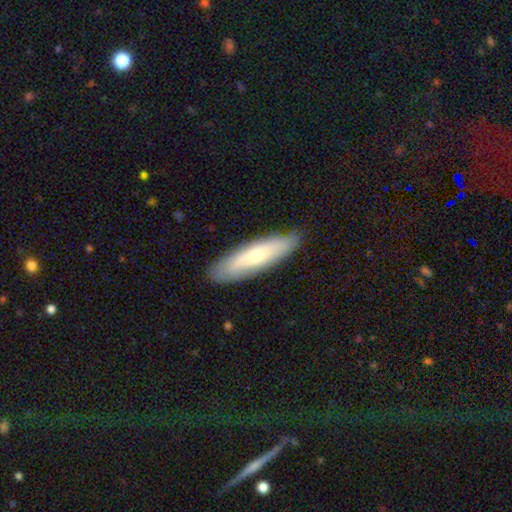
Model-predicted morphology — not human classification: The model was most divided on "smooth or featured": smooth: 61%, featured or disk: 34%, star or artifact: 5%. More confident: merging — none (86%); how rounded — cigar-shaped (65%).